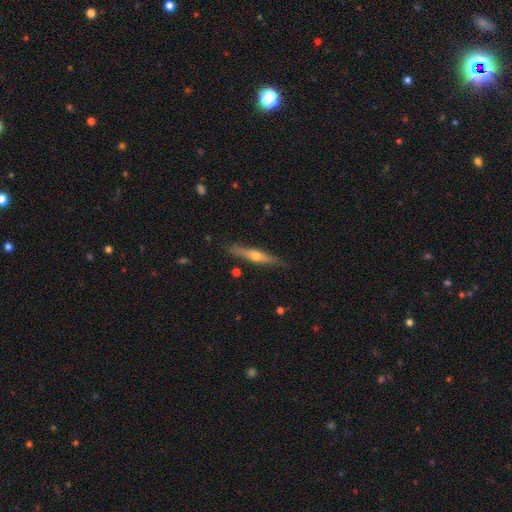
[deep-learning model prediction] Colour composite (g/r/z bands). It shows a featured or disk galaxy (61%) viewed edge-on (95%) with a rounded central bulge (89%). Merging: none (85%).